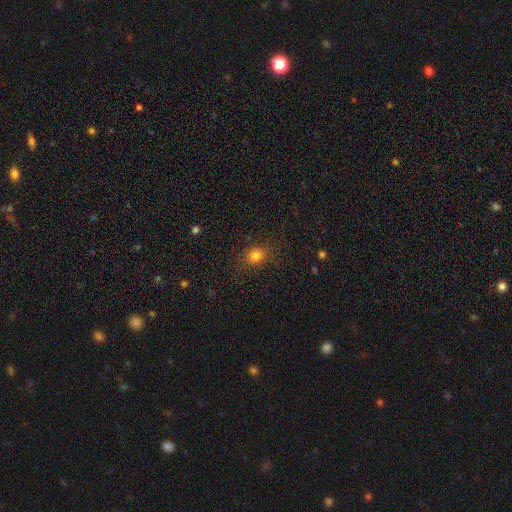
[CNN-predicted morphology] smooth-or-featured: smooth: 79% | star or artifact: 14% | featured or disk: 7%
  how-rounded: round: 71% | in between: 28% | cigar-shaped: 1%
  merging: none: 84% | minor disturbance: 11% | major disturbance: 4% | merger: 1%